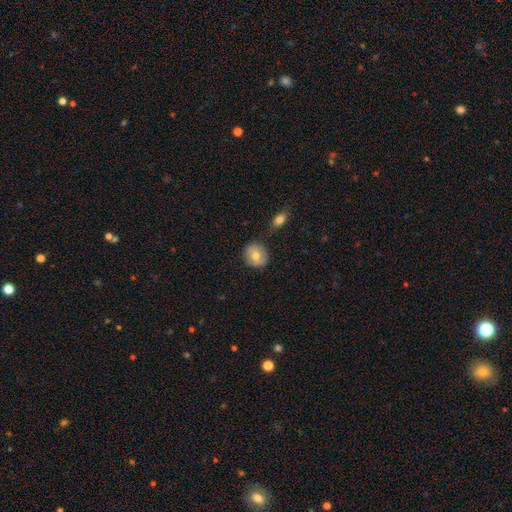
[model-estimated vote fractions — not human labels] This is likely a smooth galaxy (72%). How rounded: clearly round (84%). Merging: clearly none (82%).